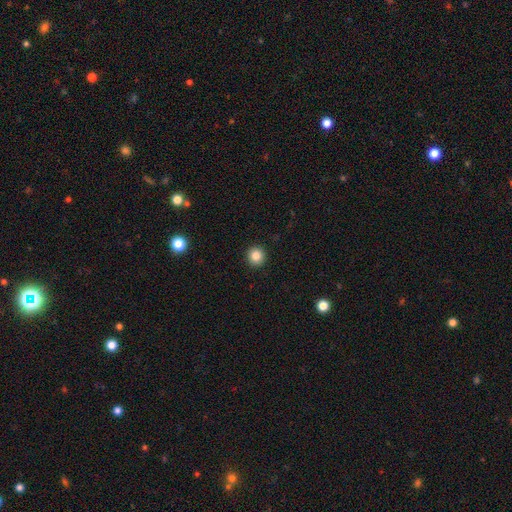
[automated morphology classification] smooth 85%, star or artifact 10%, featured or disk 5%. Down the decision tree: how rounded — round (92%); merging — none (93%).